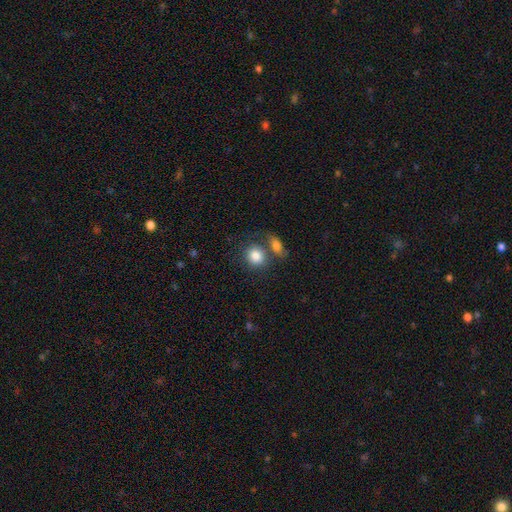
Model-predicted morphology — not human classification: Smooth or featured? Predicted: smooth (p=0.84). How rounded? Predicted: round (p=0.74). Merging? Predicted: none (p=0.52).